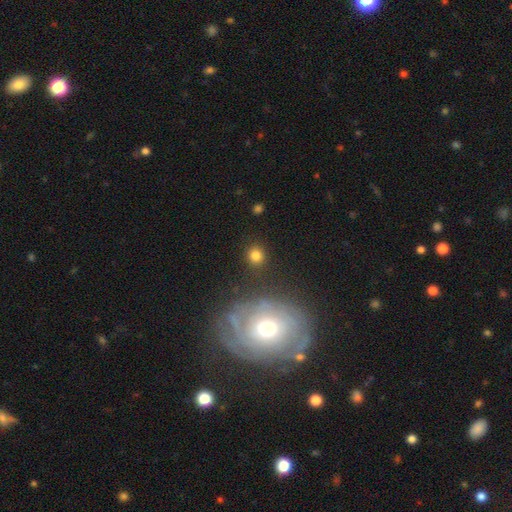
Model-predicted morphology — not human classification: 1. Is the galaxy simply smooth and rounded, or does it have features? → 80% smooth, 12% star or artifact, 7% featured or disk.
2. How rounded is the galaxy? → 89% round, 10% in between, 1% cigar-shaped.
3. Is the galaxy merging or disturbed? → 87% none, 7% minor disturbance, 3% merger, 3% major disturbance.